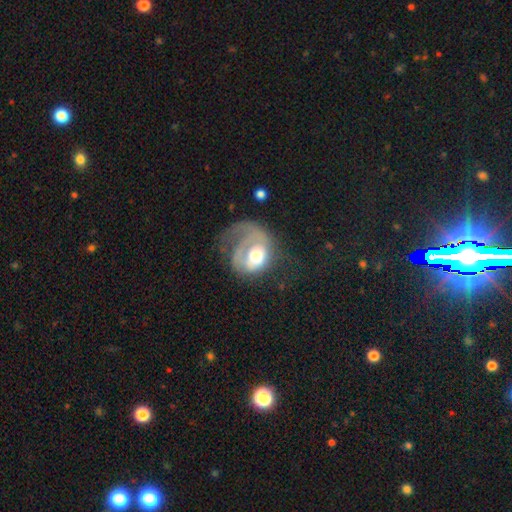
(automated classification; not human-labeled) This appears to be a featured or disk galaxy (59%) with no bar (71%), spiral arms (63%) and a moderate central bulge (61%). Merging: major disturbance (55%).